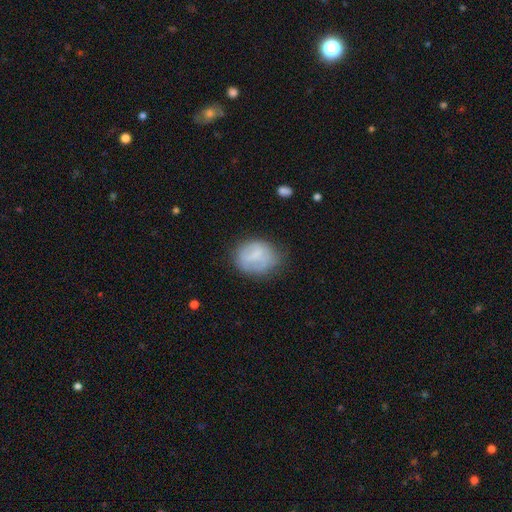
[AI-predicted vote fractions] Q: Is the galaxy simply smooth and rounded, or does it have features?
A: smooth — 63%.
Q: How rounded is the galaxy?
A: round — 50%.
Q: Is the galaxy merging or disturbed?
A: none — 52%.